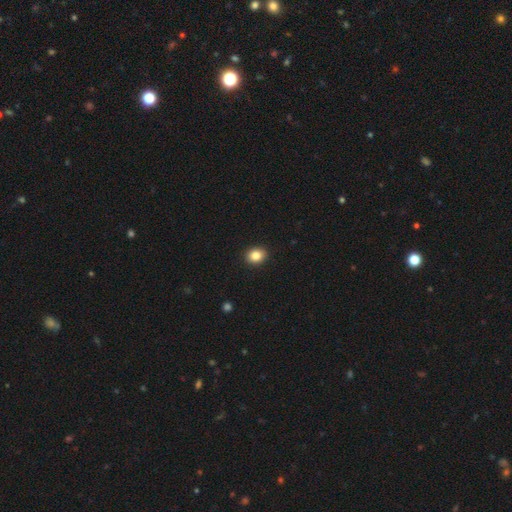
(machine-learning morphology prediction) type=smooth (85%); roundness=round (59%); merging=none (91%).